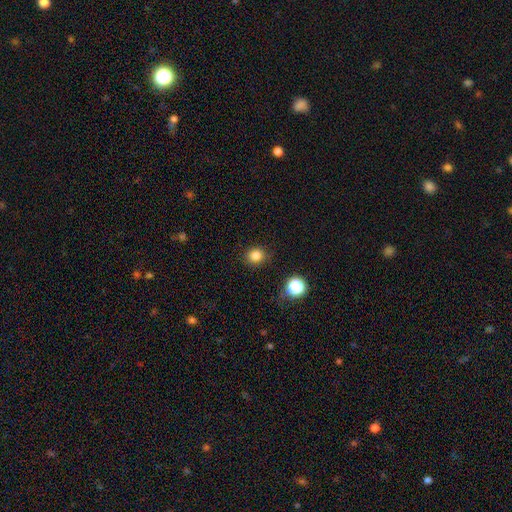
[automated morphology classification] A smooth galaxy with no disk features (83%) that is round (85%). Merging: none (87%).